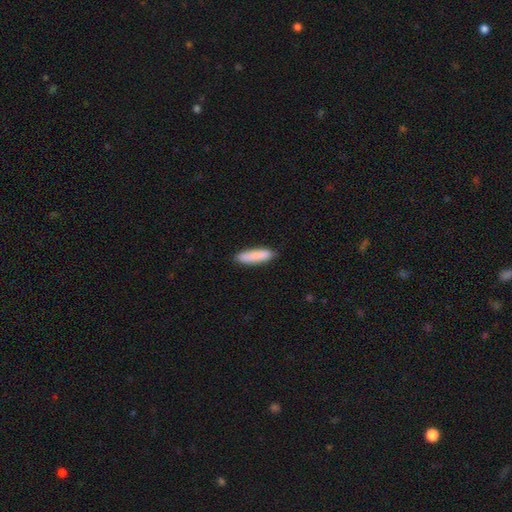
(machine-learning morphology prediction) A smooth galaxy with no disk features (87%) that is cigar-shaped (72%). Merging: none (86%).